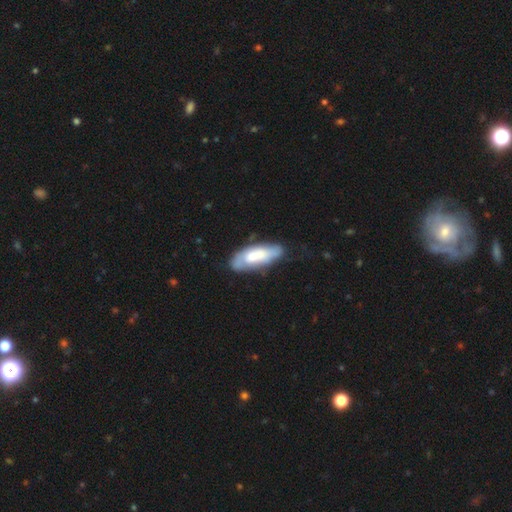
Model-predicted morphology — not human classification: This appears to be a smooth galaxy with no disk features (55%) that is in between round and cigar-shaped (71%). Merging: none (60%).